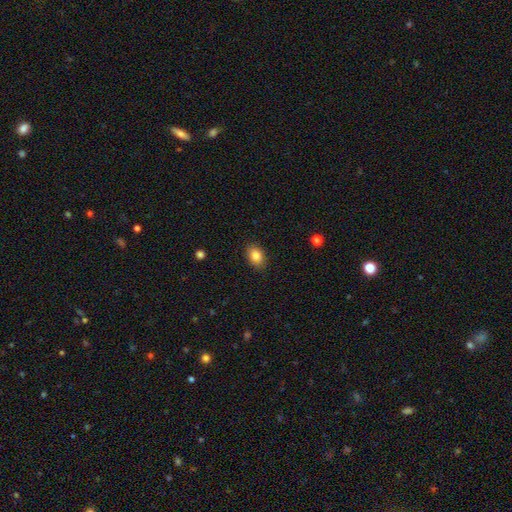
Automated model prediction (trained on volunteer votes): Smooth or featured?
  - smooth: 85% *
  - star or artifact: 8%
  - featured or disk: 7%
How rounded?
  - in between: 78% *
  - round: 21%
  - cigar-shaped: 1%
Merging?
  - none: 87% *
  - minor disturbance: 10%
  - major disturbance: 2%
  - merger: 1%